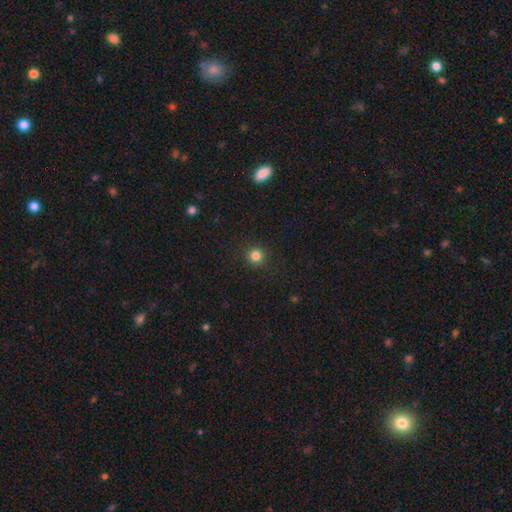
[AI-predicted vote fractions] This appears to be a smooth galaxy with no disk features (82%) that is round (94%). Merging: none (92%).